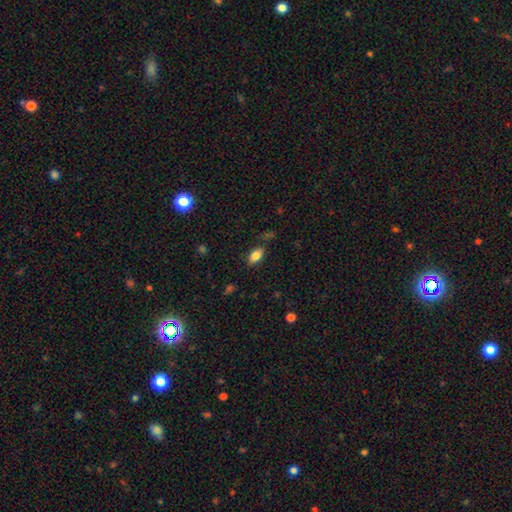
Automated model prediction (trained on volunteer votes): Q: Smooth or featured?
A: smooth (81%); runner-up: featured or disk (10%)
Q: How rounded?
A: in between (90%); runner-up: cigar-shaped (5%)
Q: Merging?
A: none (78%); runner-up: minor disturbance (15%)